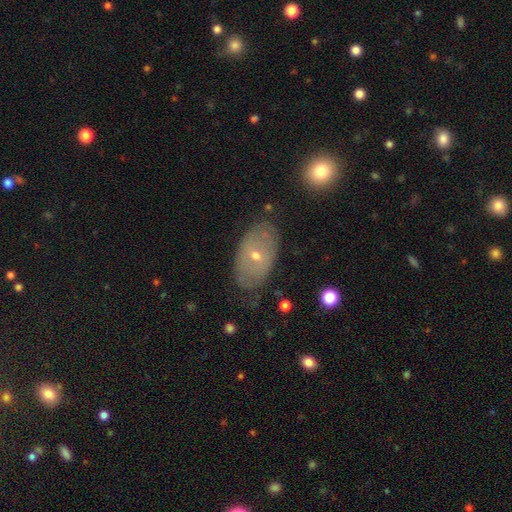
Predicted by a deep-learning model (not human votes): smooth-or-featured: featured or disk: 49% | smooth: 42% | star or artifact: 9%
  merging: none: 71% | minor disturbance: 21% | major disturbance: 6% | merger: 2%